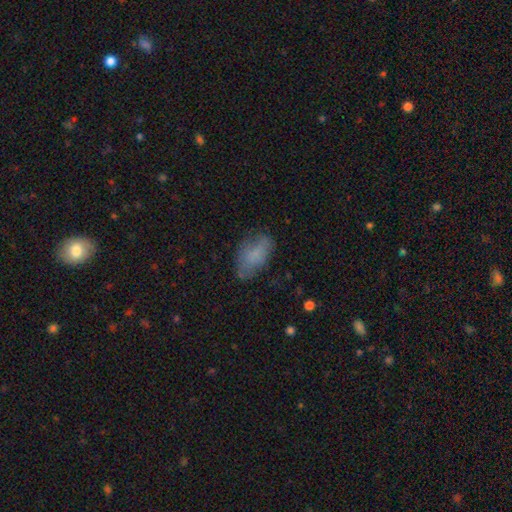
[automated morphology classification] This is likely a smooth galaxy (74%). How rounded: clearly in between (91%). Merging: likely none (63%).